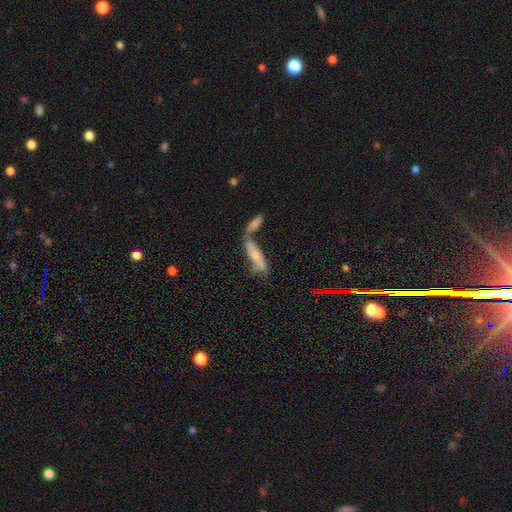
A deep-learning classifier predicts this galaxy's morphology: smooth_or_featured: smooth (p=0.59) [alt: featured or disk p=0.32]
how_rounded: cigar-shaped (p=0.66) [alt: in between p=0.32]
merging: merger (p=0.50) [alt: none p=0.32]